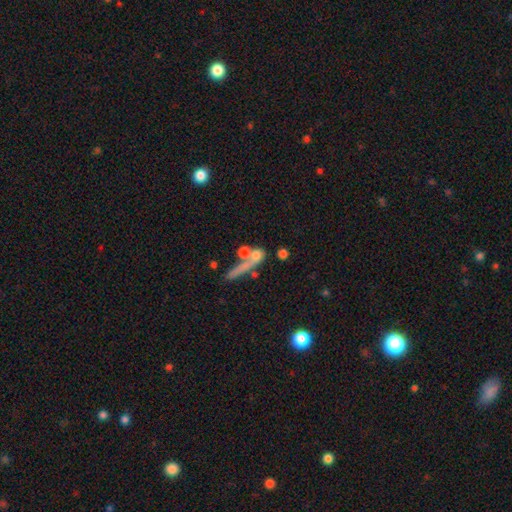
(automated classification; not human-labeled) Smooth or featured?
  - smooth: 37% *
  - featured or disk: 35%
  - star or artifact: 27%
Merging?
  - none: 50% *
  - merger: 28%
  - minor disturbance: 11%
  - major disturbance: 10%